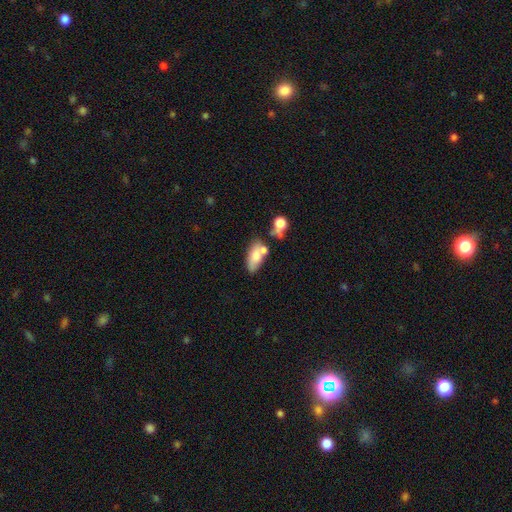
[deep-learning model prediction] This is likely a smooth galaxy (69%). How rounded: clearly in between (88%). Merging: marginally none (40%).